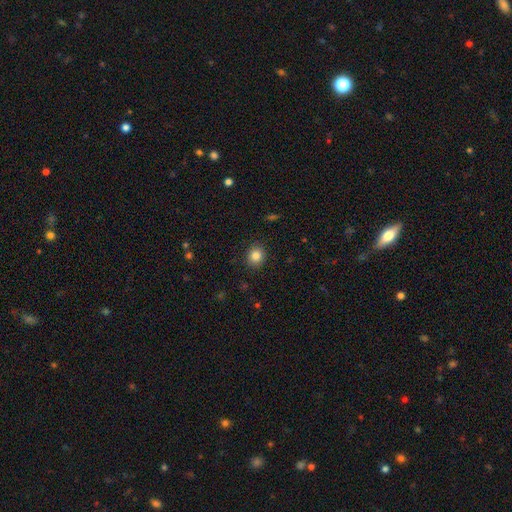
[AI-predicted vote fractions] smooth 84%, star or artifact 11%, featured or disk 5%. Down the decision tree: how rounded — round (81%); merging — none (90%).